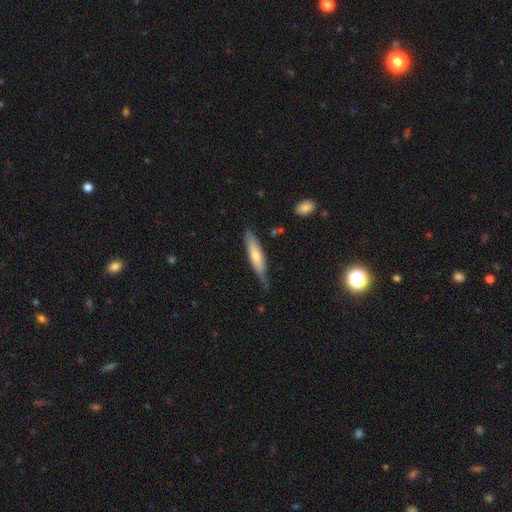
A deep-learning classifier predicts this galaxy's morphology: The model was most divided on "smooth or featured": smooth: 63%, featured or disk: 31%, star or artifact: 5%. More confident: how rounded — cigar-shaped (81%); merging — none (67%).